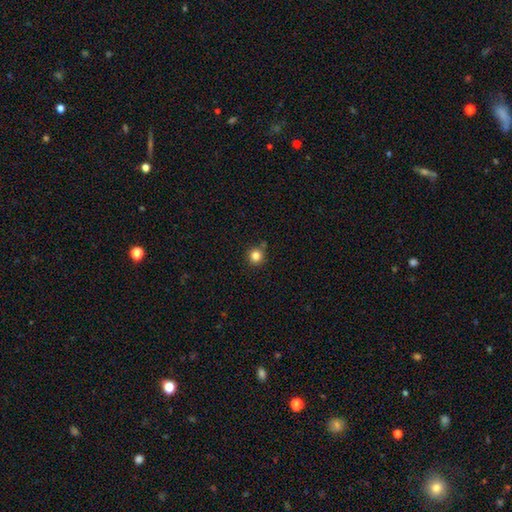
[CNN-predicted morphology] Q: Smooth or featured?
A: smooth (83%); runner-up: star or artifact (12%)
Q: How rounded?
A: round (92%); runner-up: in between (7%)
Q: Merging?
A: none (81%); runner-up: minor disturbance (11%)